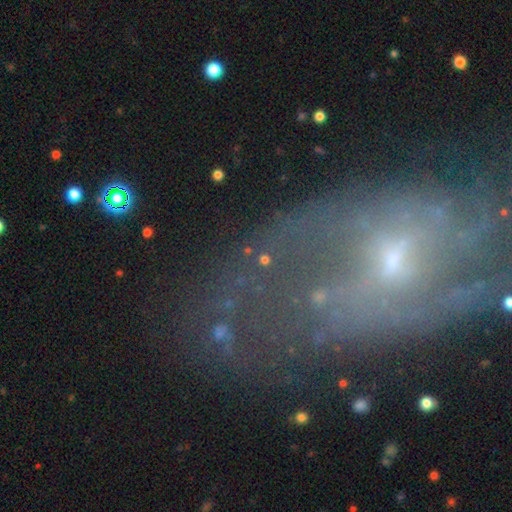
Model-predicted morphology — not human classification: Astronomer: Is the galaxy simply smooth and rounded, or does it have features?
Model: featured or disk — 51% (runner-up: star or artifact, 26%).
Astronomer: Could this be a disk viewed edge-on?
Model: no — 89%.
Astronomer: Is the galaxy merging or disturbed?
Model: none — 46% (runner-up: major disturbance, 27%).